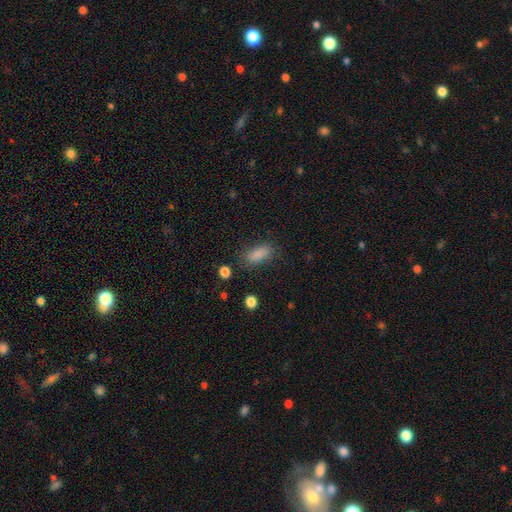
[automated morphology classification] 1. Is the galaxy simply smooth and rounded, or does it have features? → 83% smooth, 11% star or artifact, 5% featured or disk.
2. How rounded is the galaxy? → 78% in between, 18% cigar-shaped, 4% round.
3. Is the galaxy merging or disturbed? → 81% none, 13% minor disturbance, 4% major disturbance, 2% merger.